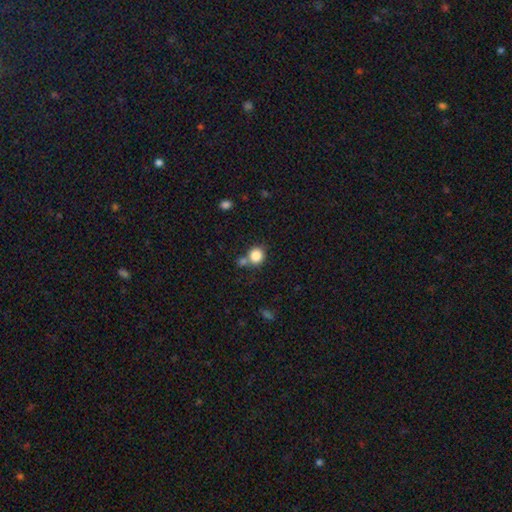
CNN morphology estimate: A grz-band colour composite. It shows a smooth galaxy with no disk features (84%) that is round (86%). Merging: none (61%).